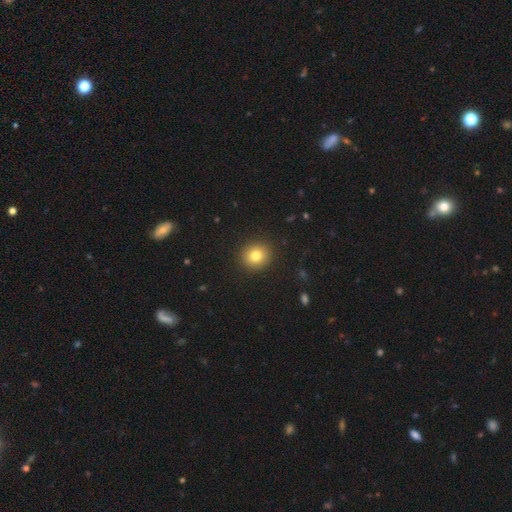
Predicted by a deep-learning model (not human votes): smooth_or_featured: smooth (p=0.81) [alt: star or artifact p=0.11]
how_rounded: round (p=0.84) [alt: in between p=0.15]
merging: none (p=0.92) [alt: minor disturbance p=0.06]